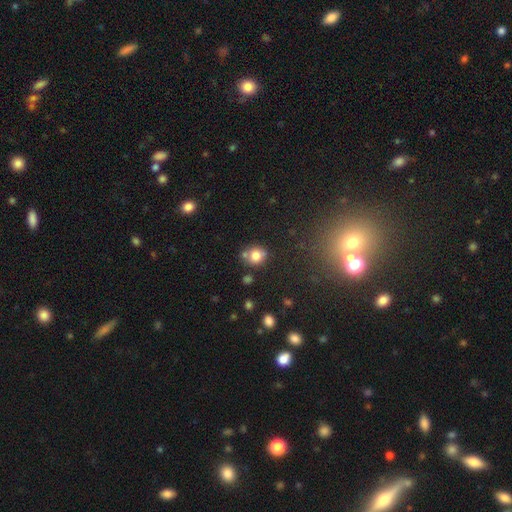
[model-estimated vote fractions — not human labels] A smooth galaxy with no disk features (76%) that is round (79%).

Vote fractions:
- Smooth or featured? smooth: 76% / star or artifact: 12% / featured or disk: 12%
- How rounded? round: 79% / in between: 20% / cigar-shaped: 1%
- Merging? none: 61% / merger: 20% / minor disturbance: 14% / major disturbance: 4%